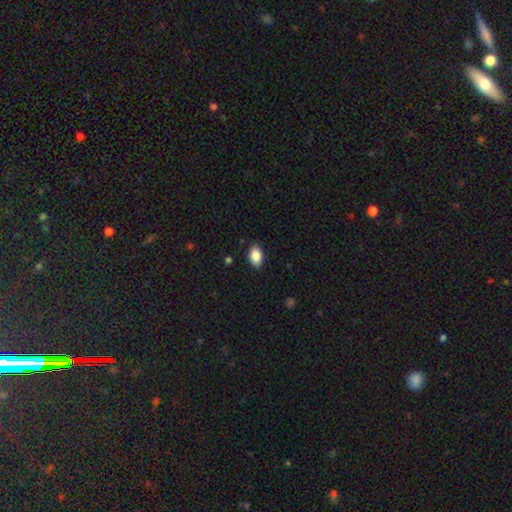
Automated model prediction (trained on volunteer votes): smooth_or_featured: smooth (p=0.89) [alt: star or artifact p=0.07]
how_rounded: in between (p=0.91) [alt: round p=0.08]
merging: none (p=0.87) [alt: minor disturbance p=0.10]